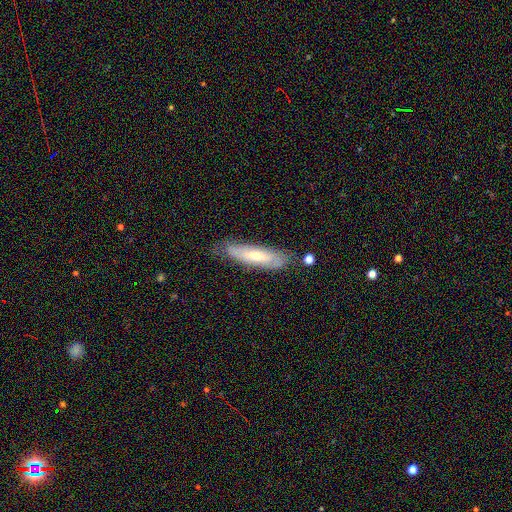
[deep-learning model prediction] Overall: featured or disk (54%; smooth 40%). Edge-on disk: no (62%; yes 38%). Merging: none (72%).